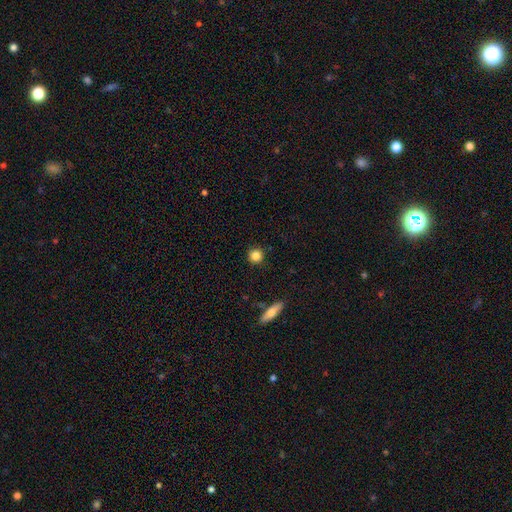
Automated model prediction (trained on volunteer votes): Smooth or featured?
  - smooth: 85% *
  - star or artifact: 10%
  - featured or disk: 6%
How rounded?
  - round: 93% *
  - in between: 5%
  - cigar-shaped: 1%
Merging?
  - none: 91% *
  - minor disturbance: 6%
  - major disturbance: 2%
  - merger: 2%